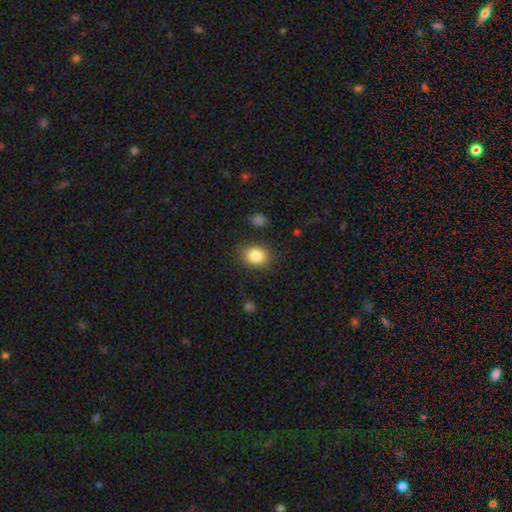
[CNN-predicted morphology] smooth-or-featured: smooth: 85% | star or artifact: 9% | featured or disk: 7%
  how-rounded: in between: 52% | round: 47% | cigar-shaped: 1%
  merging: none: 85% | minor disturbance: 11% | major disturbance: 3% | merger: 2%